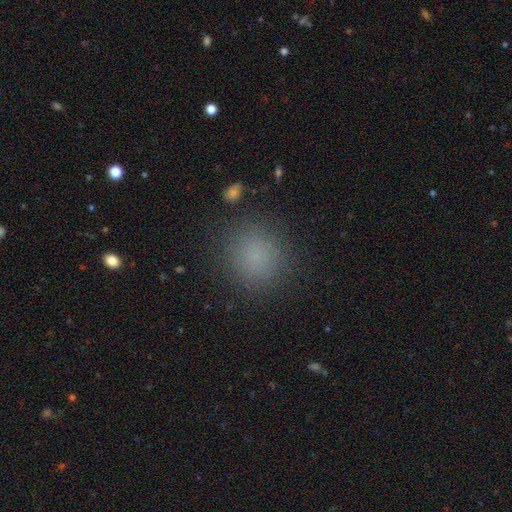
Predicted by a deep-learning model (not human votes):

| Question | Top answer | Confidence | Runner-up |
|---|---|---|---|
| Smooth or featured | smooth | 79% | star or artifact (16%) |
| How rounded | round | 89% | in between (10%) |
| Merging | none | 87% | minor disturbance (8%) |